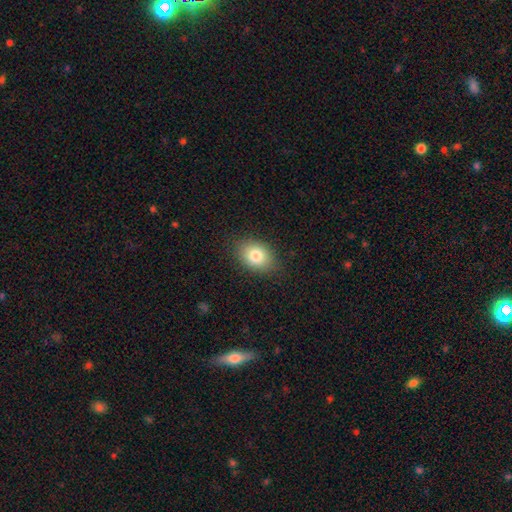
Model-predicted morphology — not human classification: The model was most divided on "how rounded": in between: 69%, round: 30%, cigar-shaped: 1%. More confident: merging — none (86%); smooth or featured — smooth (81%).